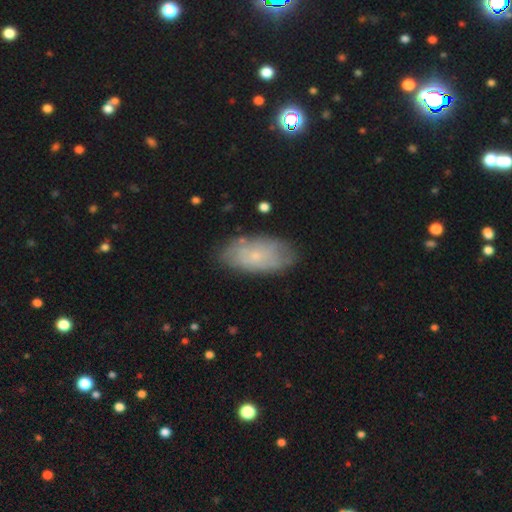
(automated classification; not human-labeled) smooth 54%, featured or disk 38%, star or artifact 8%. Down the decision tree: how rounded — in between (92%); merging — none (77%).